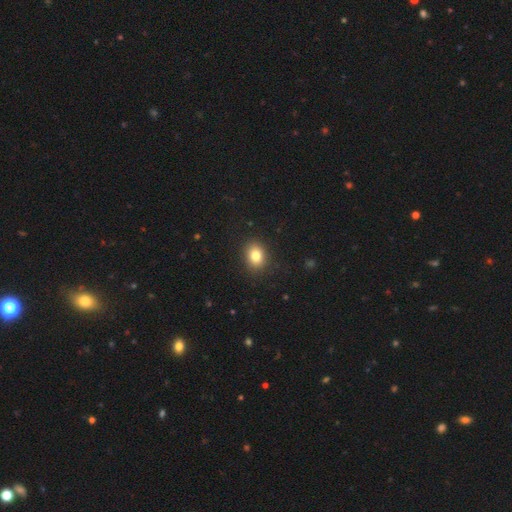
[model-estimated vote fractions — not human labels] Smooth or featured? smooth (82%)
How rounded? in between (54%)
Merging? none (89%)